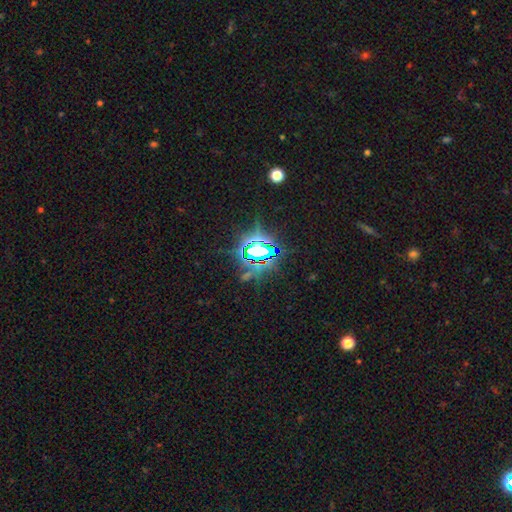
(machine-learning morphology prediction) smooth-or-featured: star or artifact: 79% | smooth: 11% | featured or disk: 10%